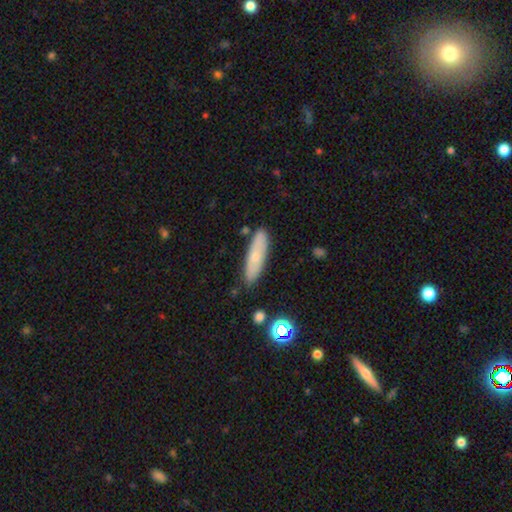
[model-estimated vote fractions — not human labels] Morphology: type=smooth (61%); roundness=cigar-shaped (64%); merging=none (83%).